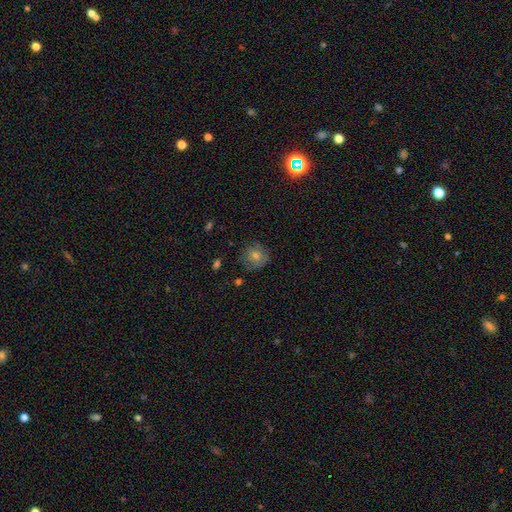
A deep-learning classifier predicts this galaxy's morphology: This is possibly a smooth galaxy (59%). How rounded: clearly round (92%). Merging: clearly none (82%).